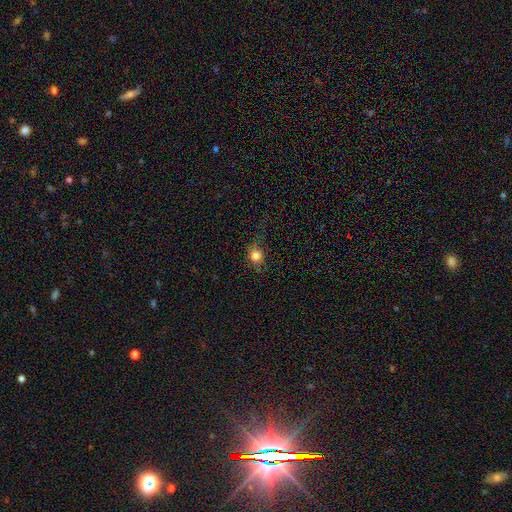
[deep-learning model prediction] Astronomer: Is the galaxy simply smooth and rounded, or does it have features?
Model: smooth — 80%.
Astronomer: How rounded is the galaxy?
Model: round — 79%.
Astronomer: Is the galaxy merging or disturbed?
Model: none — 60%.